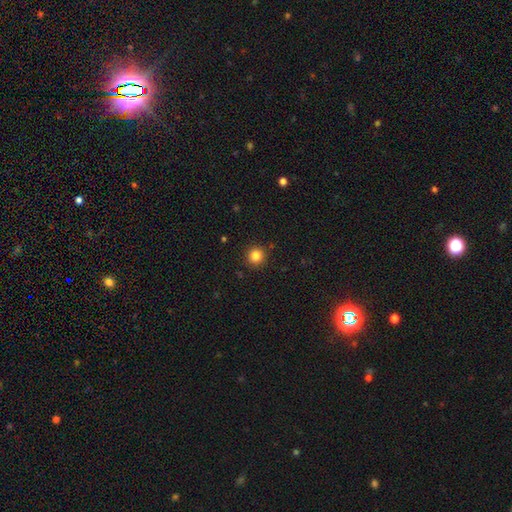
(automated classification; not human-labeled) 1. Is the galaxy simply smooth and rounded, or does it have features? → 84% smooth, 12% star or artifact, 5% featured or disk.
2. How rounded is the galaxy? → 94% round, 5% in between, 1% cigar-shaped.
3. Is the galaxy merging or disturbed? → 91% none, 6% minor disturbance, 2% major disturbance, 1% merger.